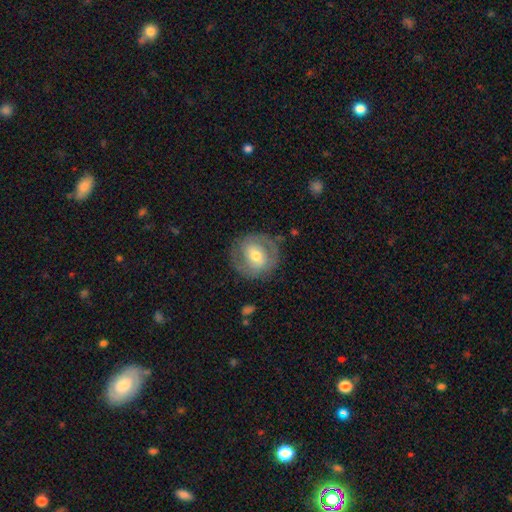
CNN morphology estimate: Q: Smooth or featured?
A: featured or disk (62%); runner-up: smooth (32%)
Q: Edge-on disk?
A: no (97%); runner-up: yes (3%)
Q: Bar?
A: no (41%); tied with: weak (41%)
Q: Spiral arms?
A: yes (70%); runner-up: no (30%)
Q: Bulge size?
A: moderate (67%); runner-up: small (25%)
Q: Merging?
A: none (78%); runner-up: minor disturbance (14%)